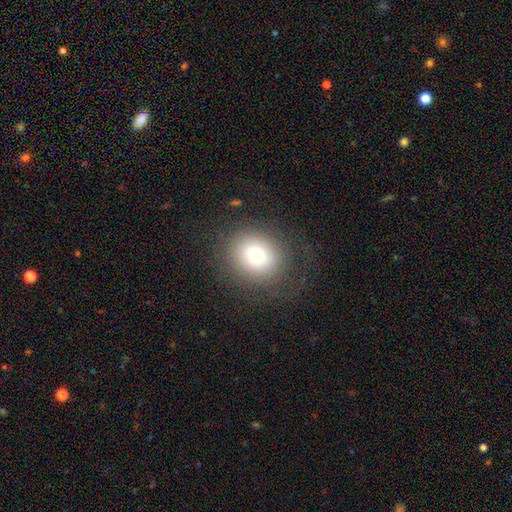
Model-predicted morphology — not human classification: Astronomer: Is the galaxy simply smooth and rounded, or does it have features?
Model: smooth — 72%.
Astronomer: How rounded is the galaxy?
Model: round — 79%.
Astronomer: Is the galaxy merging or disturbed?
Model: none — 77%.